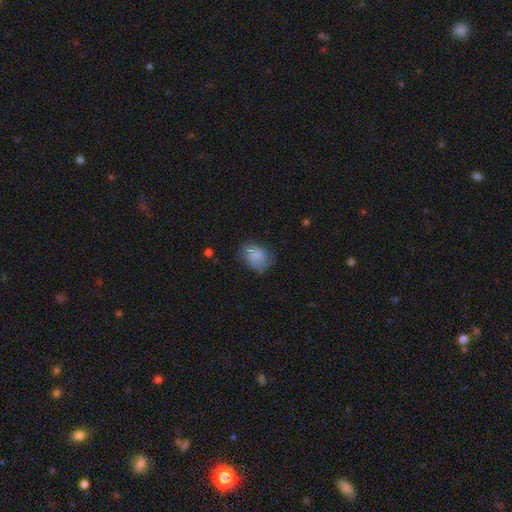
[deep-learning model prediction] Morphology: type=smooth (69%); roundness=in between (63%); merging=none (57%).